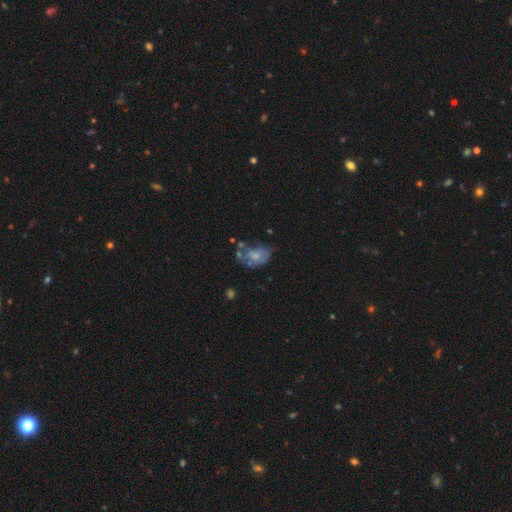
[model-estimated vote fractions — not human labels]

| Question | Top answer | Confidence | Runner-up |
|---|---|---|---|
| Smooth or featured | smooth | 48% | featured or disk (43%) |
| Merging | none | 32% | minor disturbance (30%) |